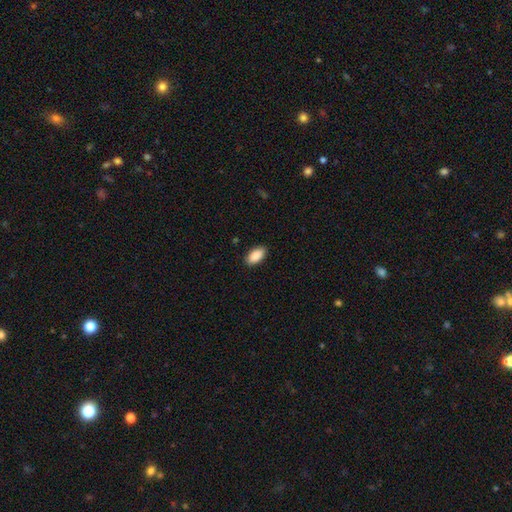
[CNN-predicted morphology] Overall: smooth (89%). How rounded: in between (94%). Merging: none (89%).